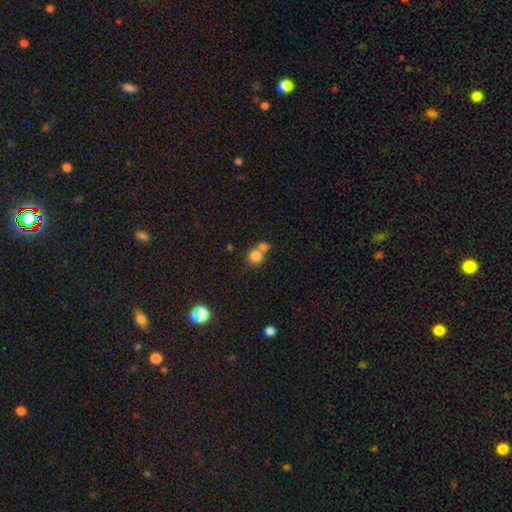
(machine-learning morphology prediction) smooth 79%, star or artifact 11%, featured or disk 9%. Down the decision tree: how rounded — round (85%); merging — merger (48%).